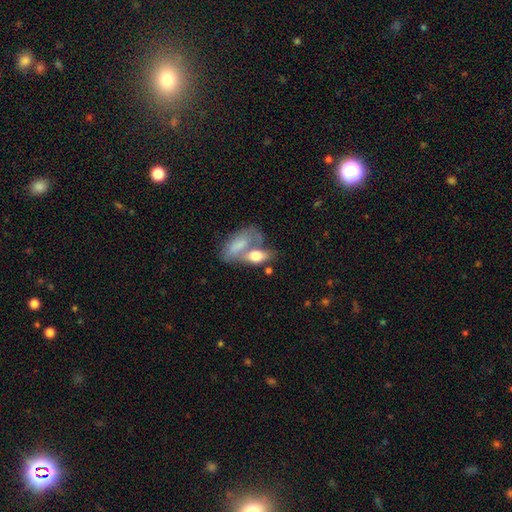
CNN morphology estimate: Overall: smooth (69%). How rounded: in between (85%). Merging: merger (55%; none 24%).